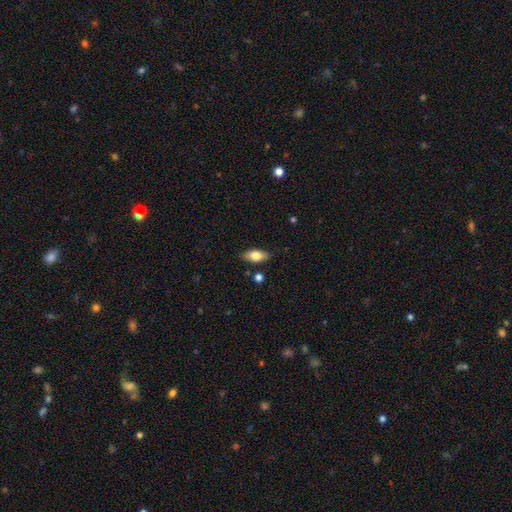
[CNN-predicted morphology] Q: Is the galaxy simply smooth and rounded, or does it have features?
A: smooth — 73%.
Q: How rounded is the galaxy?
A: in between — 86%.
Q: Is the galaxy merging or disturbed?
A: none — 83%.